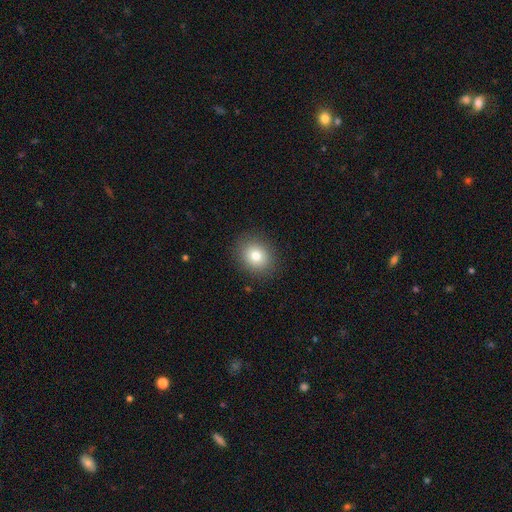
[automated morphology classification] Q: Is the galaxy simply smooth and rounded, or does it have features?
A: smooth — 79%.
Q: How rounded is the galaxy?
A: round — 62%.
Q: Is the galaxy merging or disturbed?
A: none — 88%.